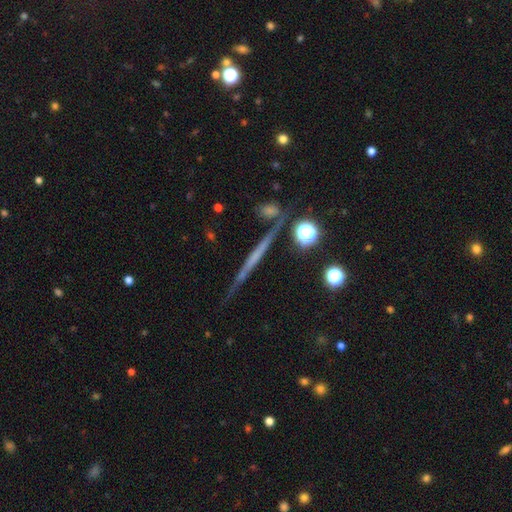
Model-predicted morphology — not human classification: Smooth or featured?
  - featured or disk: 60% *
  - smooth: 29%
  - star or artifact: 11%
Edge-on disk?
  - yes: 95% *
  - no: 5%
Edge-on bulge?
  - none: 81% *
  - rounded: 12%
  - boxy: 7%
Merging?
  - none: 82% *
  - minor disturbance: 10%
  - merger: 5%
  - major disturbance: 3%